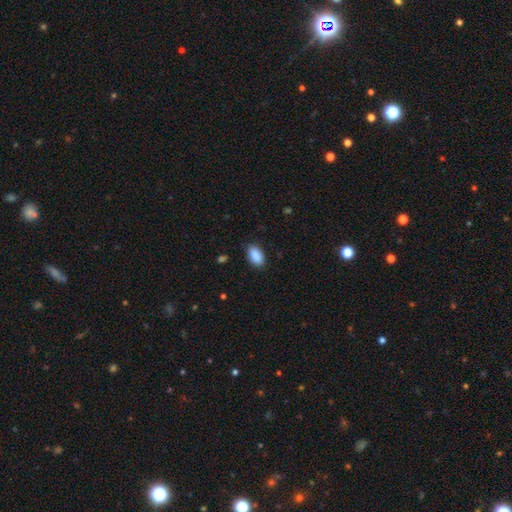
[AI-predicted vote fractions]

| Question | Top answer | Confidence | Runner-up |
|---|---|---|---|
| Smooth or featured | smooth | 90% | star or artifact (7%) |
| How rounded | in between | 93% | round (4%) |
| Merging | none | 85% | minor disturbance (11%) |